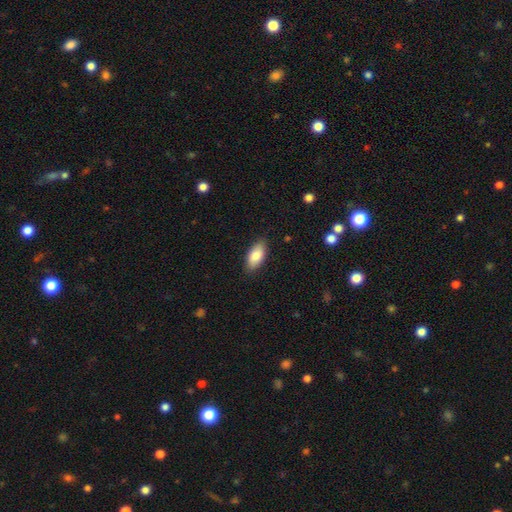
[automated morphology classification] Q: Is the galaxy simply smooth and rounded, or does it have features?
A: smooth — 84%.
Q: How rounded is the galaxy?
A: in between — 91%.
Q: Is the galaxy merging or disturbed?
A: none — 86%.